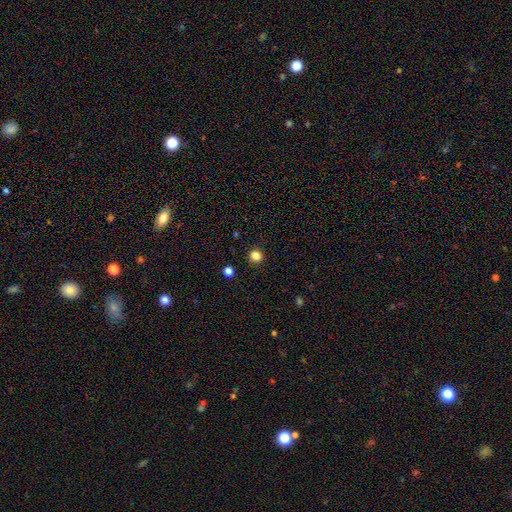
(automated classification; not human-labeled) smooth-or-featured: smooth: 83% | star or artifact: 13% | featured or disk: 4%
  how-rounded: round: 92% | in between: 7% | cigar-shaped: 1%
  merging: none: 92% | minor disturbance: 5% | major disturbance: 2% | merger: 1%